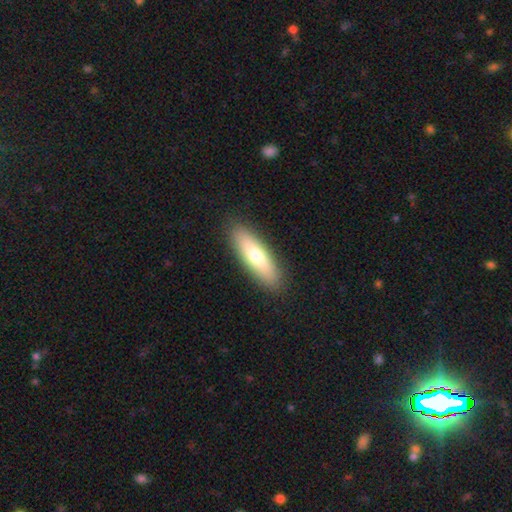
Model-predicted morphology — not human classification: Smooth or featured? Predicted: smooth (p=0.70). How rounded? Predicted: cigar-shaped (p=0.54). Merging? Predicted: none (p=0.89).